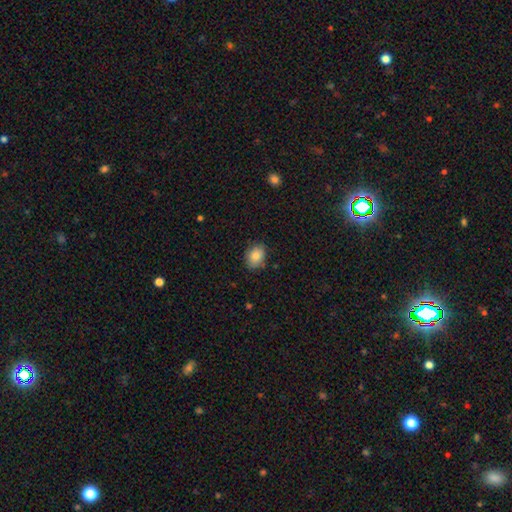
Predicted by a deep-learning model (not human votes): Smooth or featured? Predicted: smooth (p=0.84). How rounded? Predicted: in between (p=0.60). Merging? Predicted: none (p=0.81).